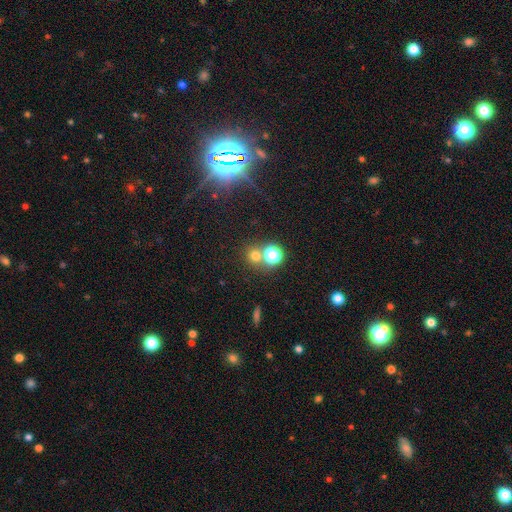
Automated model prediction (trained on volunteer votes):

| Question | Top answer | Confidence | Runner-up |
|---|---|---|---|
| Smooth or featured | smooth | 66% | star or artifact (25%) |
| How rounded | round | 87% | in between (12%) |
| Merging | none | 62% | merger (27%) |